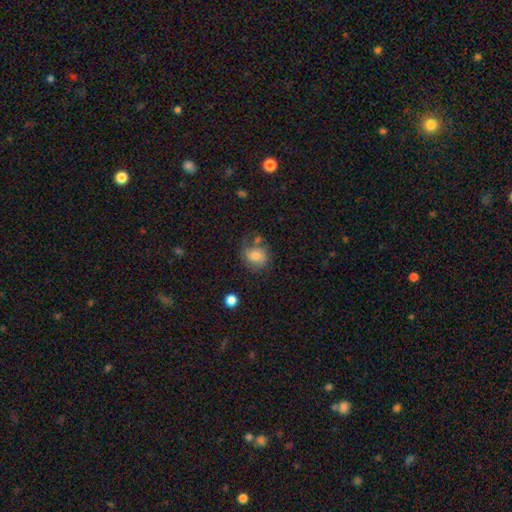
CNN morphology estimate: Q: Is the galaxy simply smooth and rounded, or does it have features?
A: smooth — 67%.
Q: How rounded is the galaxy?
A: round — 65%.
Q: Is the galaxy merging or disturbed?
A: none — 52%.